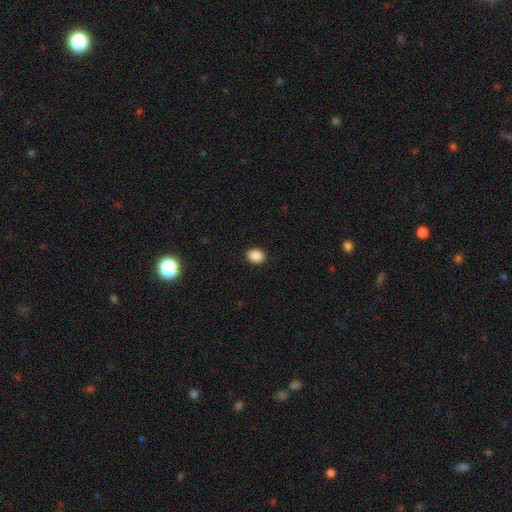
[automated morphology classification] A smooth galaxy with no disk features (88%) that is round (53%).

Vote fractions:
- Smooth or featured? smooth: 88% / star or artifact: 9% / featured or disk: 3%
- How rounded? round: 53% / in between: 46% / cigar-shaped: 1%
- Merging? none: 91% / minor disturbance: 6% / major disturbance: 2% / merger: 1%